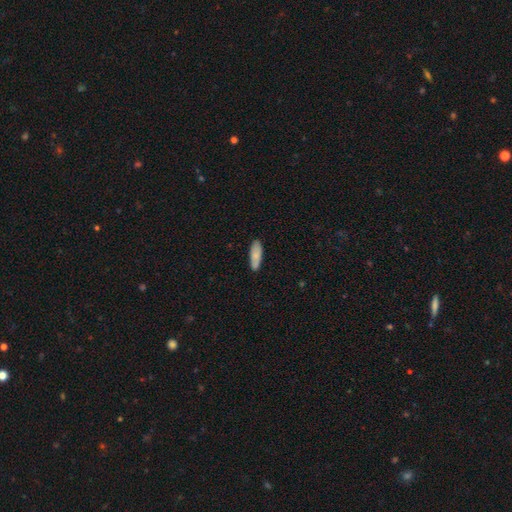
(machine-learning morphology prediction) smooth-or-featured: smooth: 81% | featured or disk: 13% | star or artifact: 6%
  how-rounded: in between: 62% | cigar-shaped: 36% | round: 2%
  merging: none: 82% | minor disturbance: 14% | major disturbance: 2% | merger: 2%